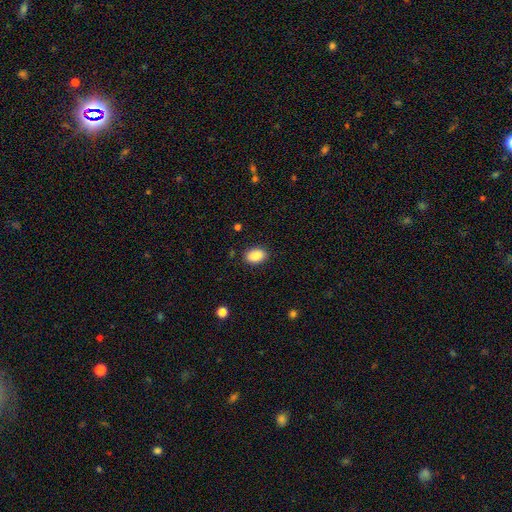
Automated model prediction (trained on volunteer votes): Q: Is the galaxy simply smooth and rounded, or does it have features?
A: smooth — 89%.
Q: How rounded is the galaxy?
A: in between — 88%.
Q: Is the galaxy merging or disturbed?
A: none — 88%.